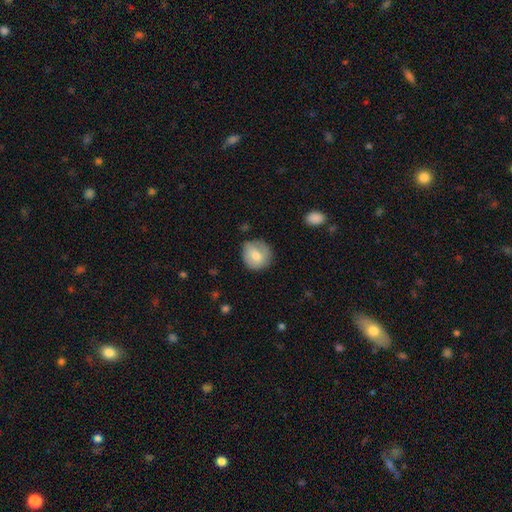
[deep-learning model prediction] Smooth or featured: smooth — 72% (featured or disk — 21%)
How rounded: round — 86% (in between — 13%)
Merging: none — 69% (minor disturbance — 24%)